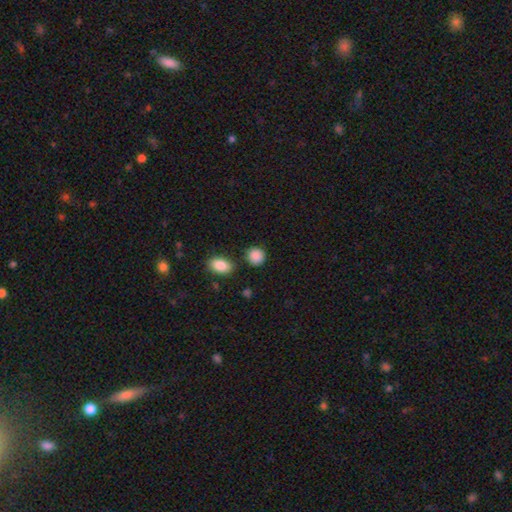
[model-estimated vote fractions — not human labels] This appears to be a smooth galaxy with no disk features (89%) that is round (82%). Merging: none (81%).